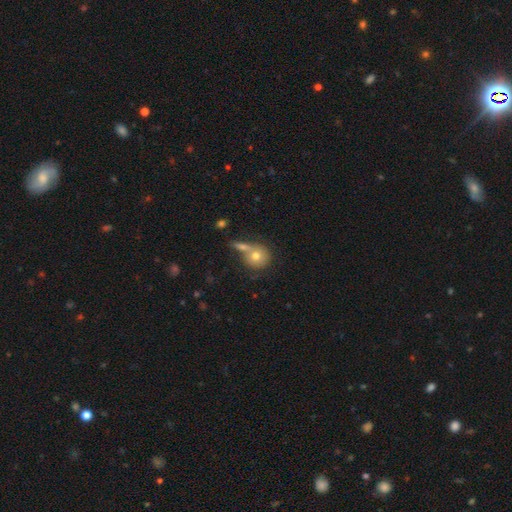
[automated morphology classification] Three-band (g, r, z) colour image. It shows a smooth galaxy with no disk features (72%) that is round (86%). Merging: none (50%).